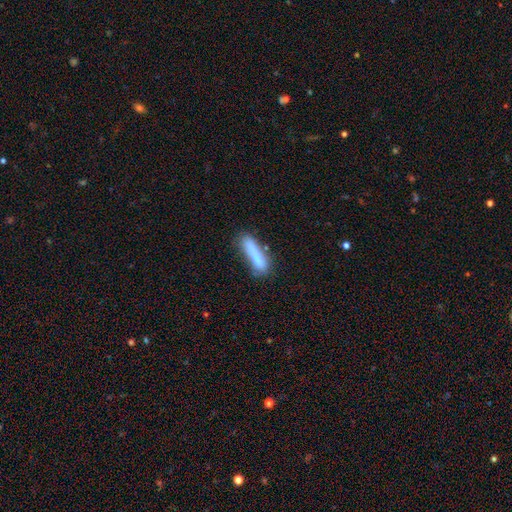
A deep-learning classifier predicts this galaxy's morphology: A smooth galaxy with no disk features (77%) that is cigar-shaped (76%). Merging: none (54%).